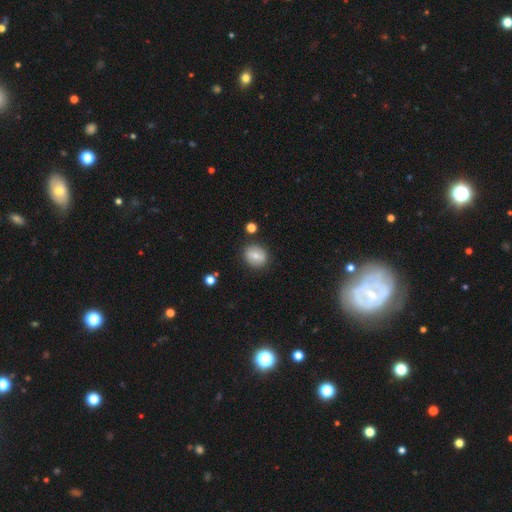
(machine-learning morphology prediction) A smooth galaxy with no disk features (71%) that is round (72%).

Vote fractions:
- Smooth or featured? smooth: 71% / featured or disk: 20% / star or artifact: 9%
- How rounded? round: 72% / in between: 27% / cigar-shaped: 1%
- Merging? none: 85% / minor disturbance: 10% / major disturbance: 3% / merger: 2%